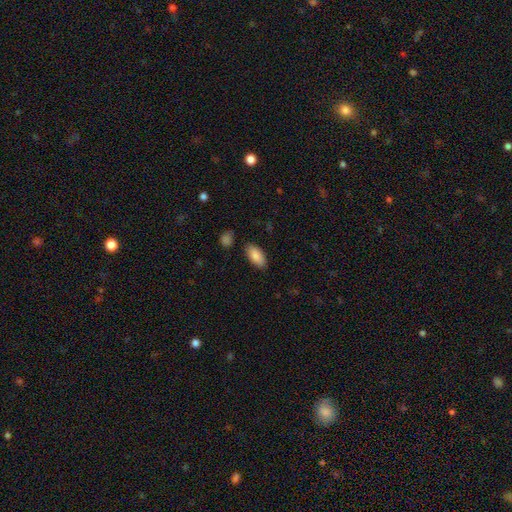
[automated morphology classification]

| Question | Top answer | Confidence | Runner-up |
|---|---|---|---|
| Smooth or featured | smooth | 88% | star or artifact (6%) |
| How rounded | in between | 91% | cigar-shaped (7%) |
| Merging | none | 84% | minor disturbance (11%) |